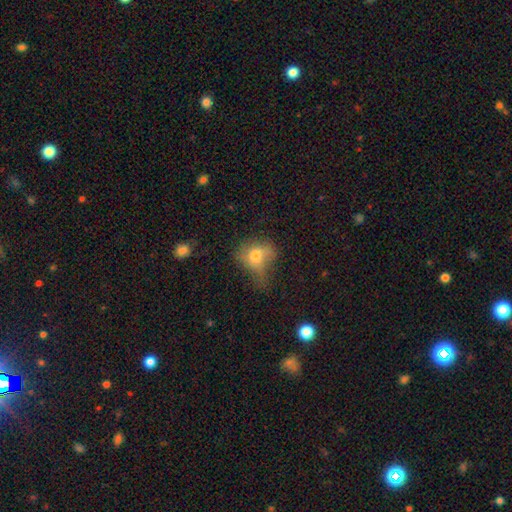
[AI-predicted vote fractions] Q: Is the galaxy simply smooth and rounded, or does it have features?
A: smooth — 67%.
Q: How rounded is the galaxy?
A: round — 53%.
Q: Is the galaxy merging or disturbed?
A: none — 34%.